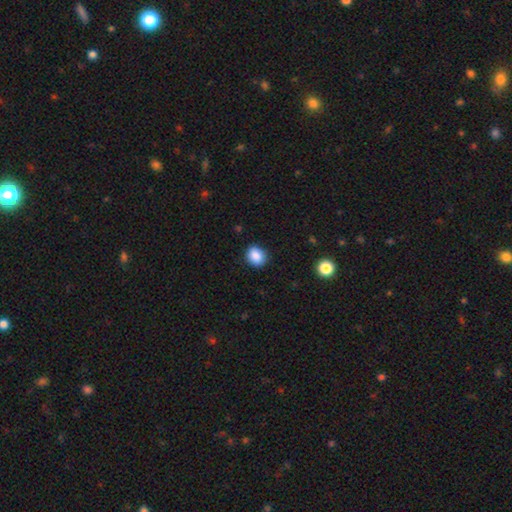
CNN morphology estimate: This is clearly a smooth galaxy (88%). How rounded: possibly round (57%). Merging: clearly none (87%).